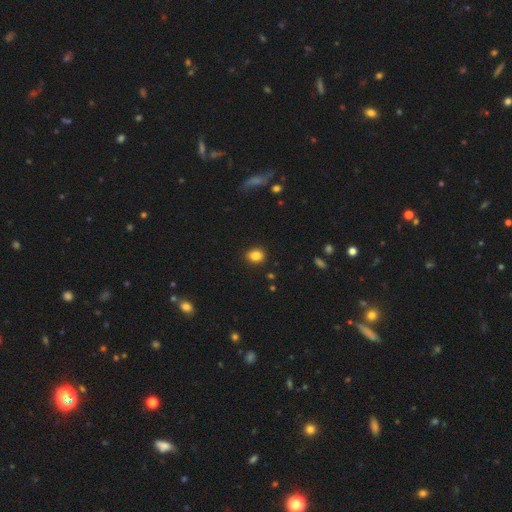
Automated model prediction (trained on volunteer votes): Morphology: type=smooth (85%); roundness=round (56%); merging=none (88%).